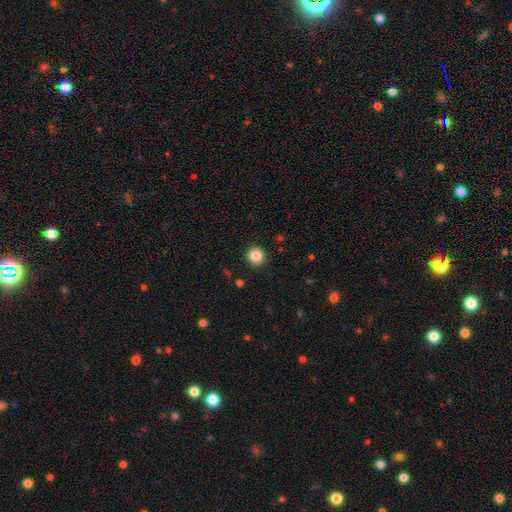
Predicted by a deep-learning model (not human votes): This appears to be a smooth galaxy with no disk features (85%) that is round (92%). Merging: none (92%).